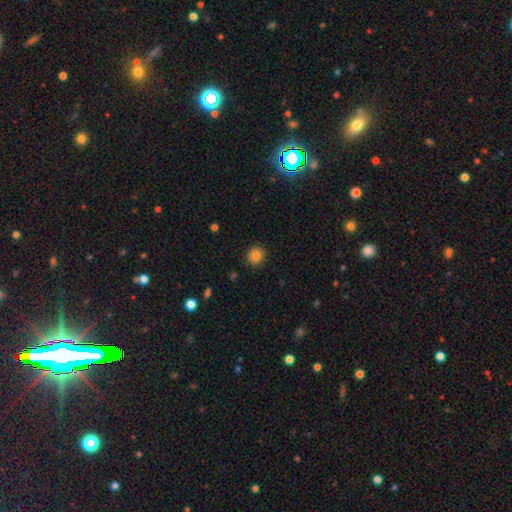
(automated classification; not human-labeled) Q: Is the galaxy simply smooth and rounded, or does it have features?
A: smooth — 84%.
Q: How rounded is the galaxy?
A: round — 87%.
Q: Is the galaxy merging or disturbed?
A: none — 88%.